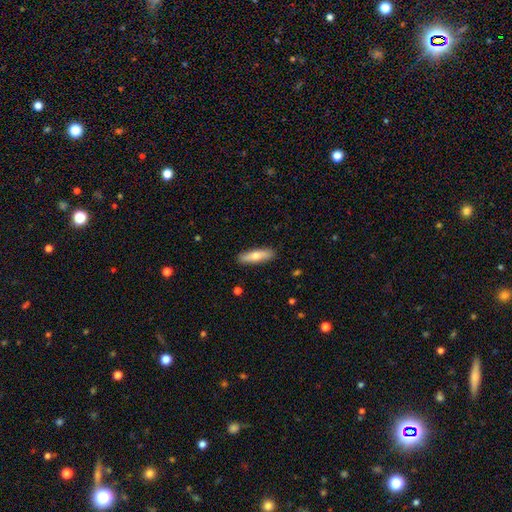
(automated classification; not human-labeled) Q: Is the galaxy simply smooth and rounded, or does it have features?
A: smooth — 66%.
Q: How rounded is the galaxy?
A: cigar-shaped — 61%.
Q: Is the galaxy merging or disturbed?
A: none — 89%.